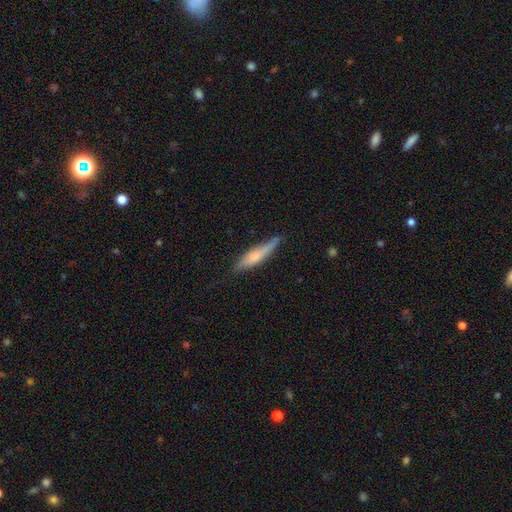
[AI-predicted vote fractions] Smooth or featured: smooth — 56% (featured or disk — 38%)
How rounded: cigar-shaped — 85% (in between — 13%)
Merging: none — 68% (minor disturbance — 25%)